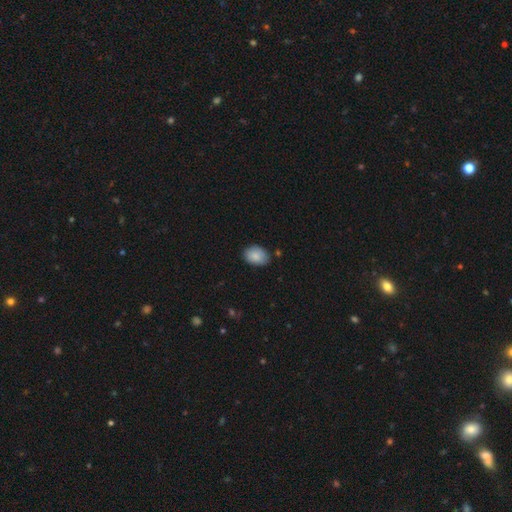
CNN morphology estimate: Q: Smooth or featured?
A: smooth (87%); runner-up: star or artifact (7%)
Q: How rounded?
A: in between (79%); runner-up: round (20%)
Q: Merging?
A: none (78%); runner-up: minor disturbance (17%)